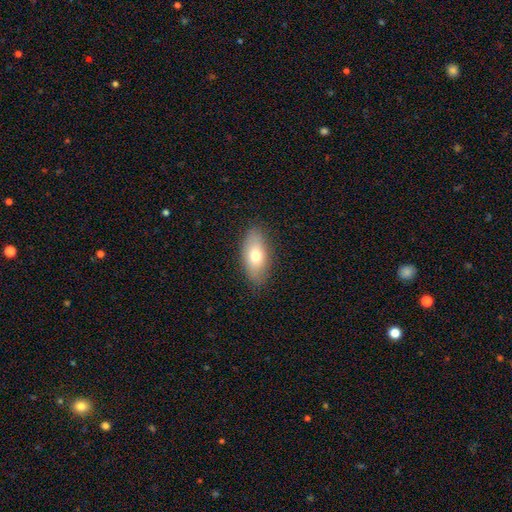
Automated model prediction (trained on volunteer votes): The model was most divided on "smooth or featured": smooth: 71%, featured or disk: 21%, star or artifact: 7%. More confident: how rounded — in between (88%); merging — none (85%).